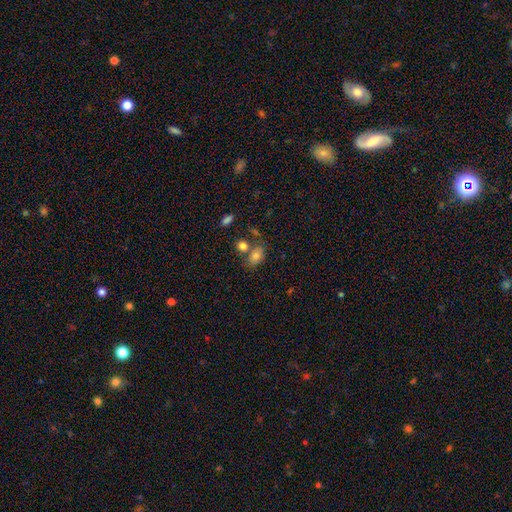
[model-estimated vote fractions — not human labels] Smooth or featured?
  - smooth: 80% *
  - star or artifact: 10%
  - featured or disk: 10%
How rounded?
  - in between: 82% *
  - round: 16%
  - cigar-shaped: 2%
Merging?
  - none: 56% *
  - merger: 24%
  - minor disturbance: 15%
  - major disturbance: 5%